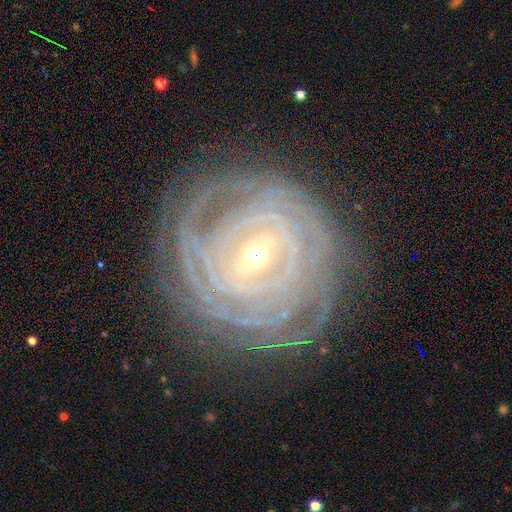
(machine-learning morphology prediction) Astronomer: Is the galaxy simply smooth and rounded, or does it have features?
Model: featured or disk — 90%.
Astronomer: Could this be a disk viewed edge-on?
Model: no — 96%.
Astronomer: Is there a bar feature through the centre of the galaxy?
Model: strong — 46% (runner-up: weak, 39%).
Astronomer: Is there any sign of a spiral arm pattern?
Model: yes — 97%.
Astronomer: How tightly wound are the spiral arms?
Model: tight — 89%.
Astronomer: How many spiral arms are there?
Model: can't tell — 26% (runner-up: 4, 24%).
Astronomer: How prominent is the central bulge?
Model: small — 60% (runner-up: moderate, 37%).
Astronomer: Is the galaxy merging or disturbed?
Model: none — 82%.